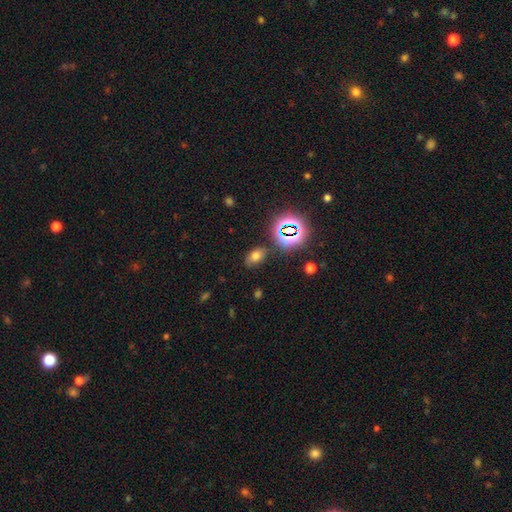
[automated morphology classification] type=smooth (65%); roundness=in between (86%); merging=none (82%).